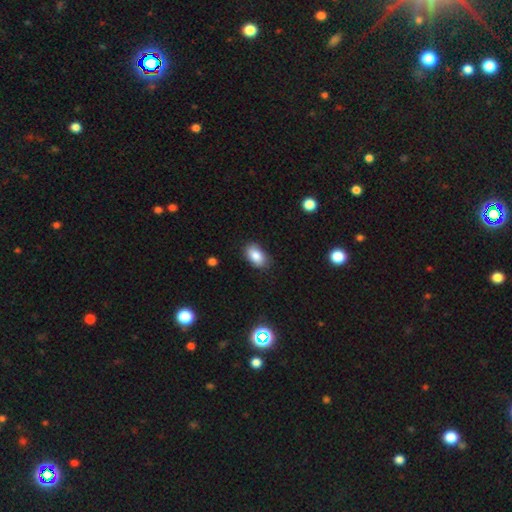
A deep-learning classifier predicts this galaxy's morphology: type=smooth (85%); roundness=in between (90%); merging=none (82%).